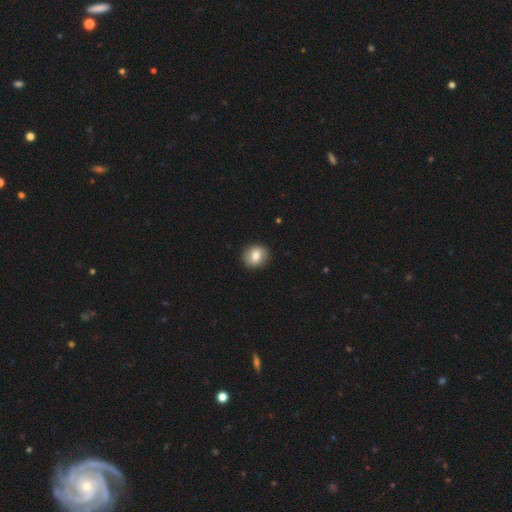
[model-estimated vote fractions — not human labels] Smooth or featured? smooth (79%)
How rounded? round (78%)
Merging? none (91%)